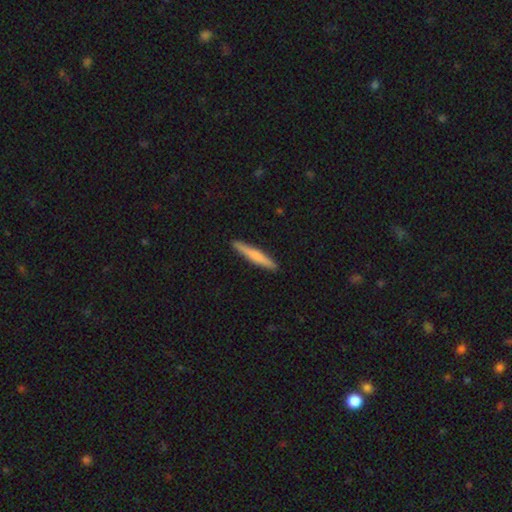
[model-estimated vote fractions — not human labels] This appears to be a smooth galaxy with no disk features (63%) that is cigar-shaped (95%). Merging: none (91%).